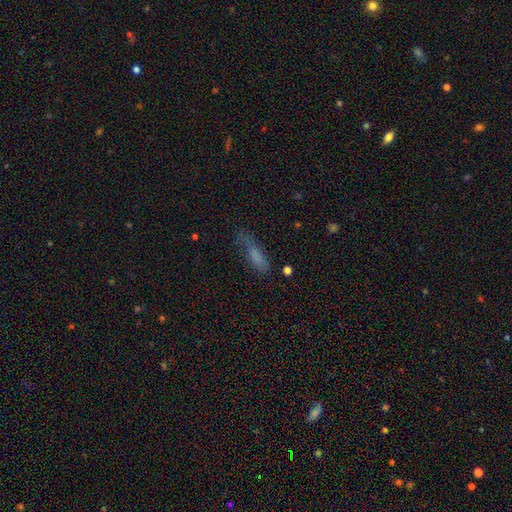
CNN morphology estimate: A smooth galaxy with no disk features (67%) that is cigar-shaped (60%). Merging: none (55%).